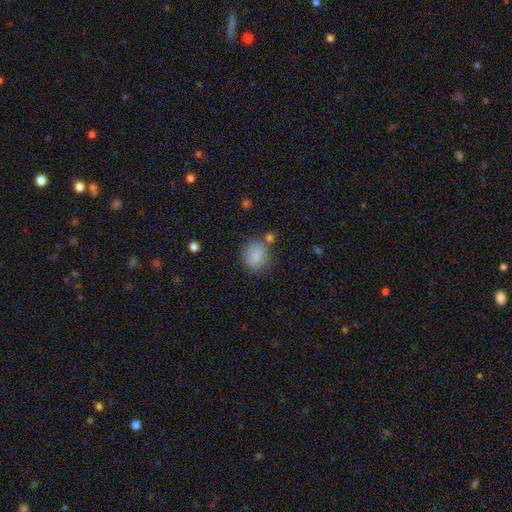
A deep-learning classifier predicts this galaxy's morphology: Smooth or featured?
  - smooth: 84% *
  - star or artifact: 8%
  - featured or disk: 7%
How rounded?
  - round: 71% *
  - in between: 28%
  - cigar-shaped: 1%
Merging?
  - none: 64% *
  - minor disturbance: 17%
  - merger: 13%
  - major disturbance: 6%